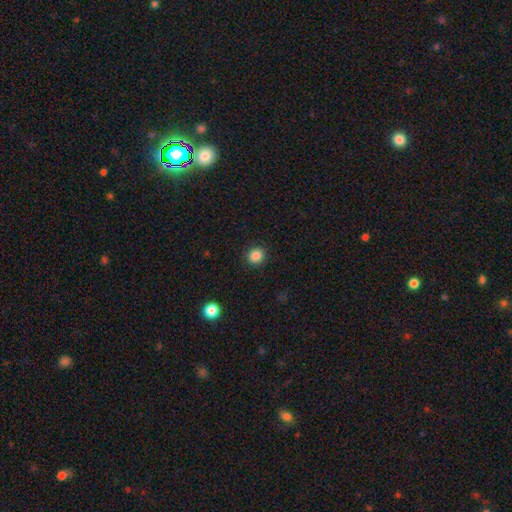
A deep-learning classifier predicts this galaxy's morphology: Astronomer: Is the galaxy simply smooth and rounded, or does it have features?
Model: smooth — 86%.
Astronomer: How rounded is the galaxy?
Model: round — 86%.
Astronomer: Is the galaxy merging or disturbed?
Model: none — 91%.